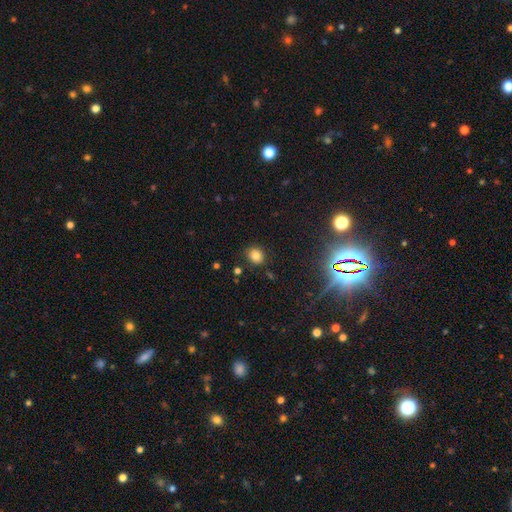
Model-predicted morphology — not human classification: smooth_or_featured: smooth (p=0.81) [alt: star or artifact p=0.13]
how_rounded: round (p=0.71) [alt: in between p=0.28]
merging: none (p=0.83) [alt: minor disturbance p=0.12]